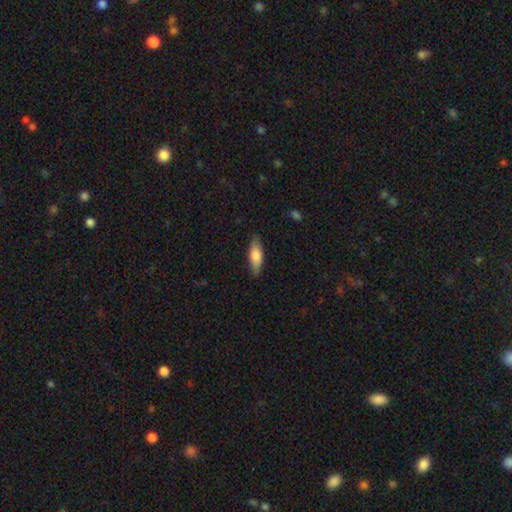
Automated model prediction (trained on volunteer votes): Overall: smooth (74%). How rounded: in between (63%; cigar-shaped 34%). Merging: none (84%).